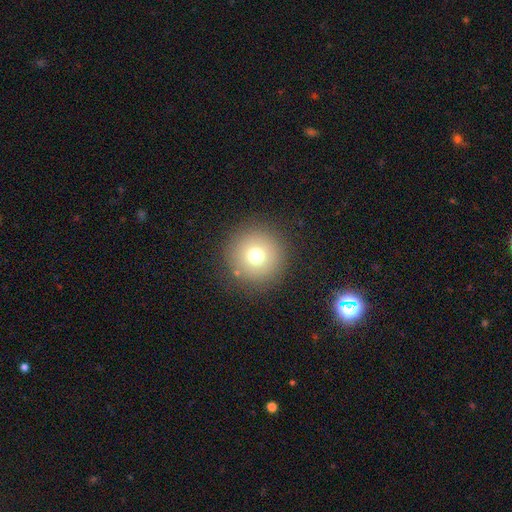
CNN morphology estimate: The model was most divided on "smooth or featured": smooth: 72%, star or artifact: 16%, featured or disk: 12%. More confident: how rounded — round (97%); merging — none (89%).